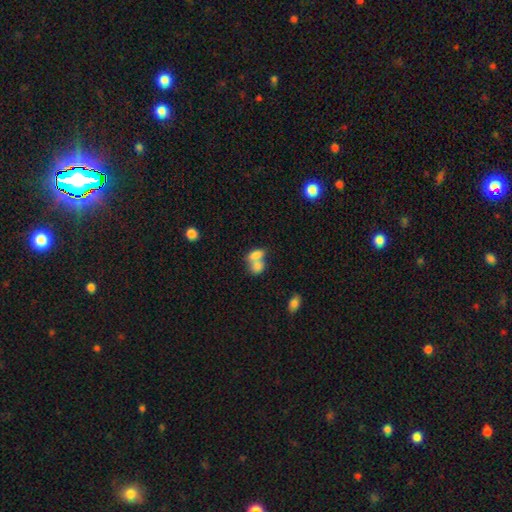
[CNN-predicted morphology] Smooth or featured: smooth — 78% (featured or disk — 13%)
How rounded: in between — 80% (round — 17%)
Merging: merger — 70% (none — 20%)